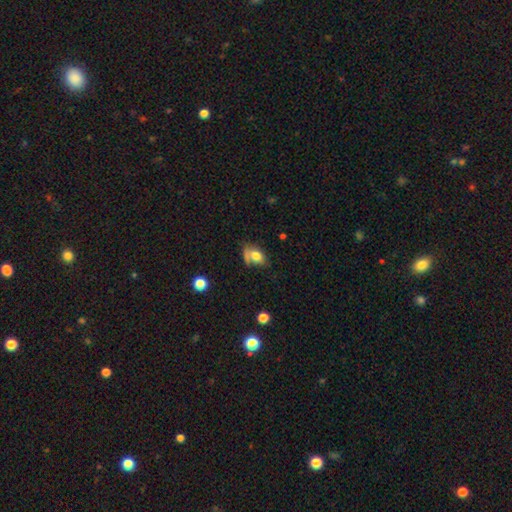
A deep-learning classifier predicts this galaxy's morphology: Smooth or featured? smooth (72%)
How rounded? in between (81%)
Merging? none (45%)